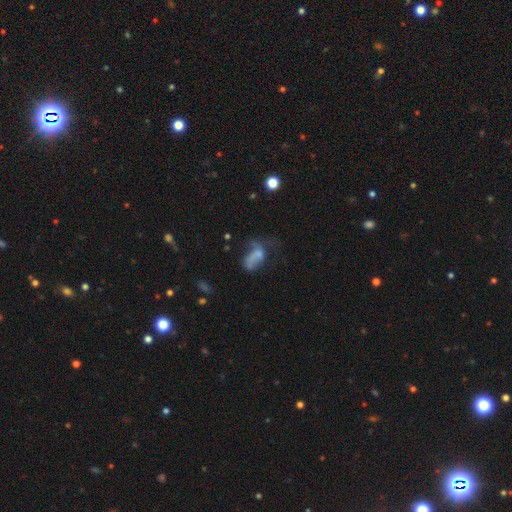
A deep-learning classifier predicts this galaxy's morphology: Smooth or featured? Predicted: smooth (p=0.54). How rounded? Predicted: in between (p=0.85). Merging? Predicted: major disturbance (p=0.45).